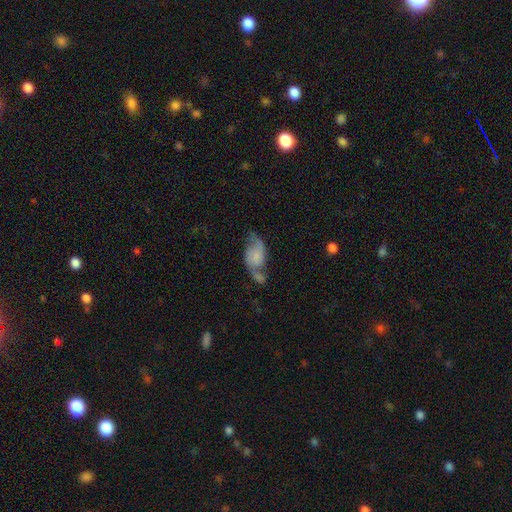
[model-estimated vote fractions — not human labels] Smooth or featured: featured or disk — 65% (smooth — 27%)
Edge-on disk: no — 96% (yes — 4%)
Bar: no — 66% (weak — 28%)
Spiral arms: yes — 88% (no — 12%)
Spiral winding: loose — 60% (medium — 31%)
Spiral arm count: 2 — 87% (can't tell — 5%)
Bulge size: small — 39% (none — 34%)
Merging: none — 36% (merger — 22%)